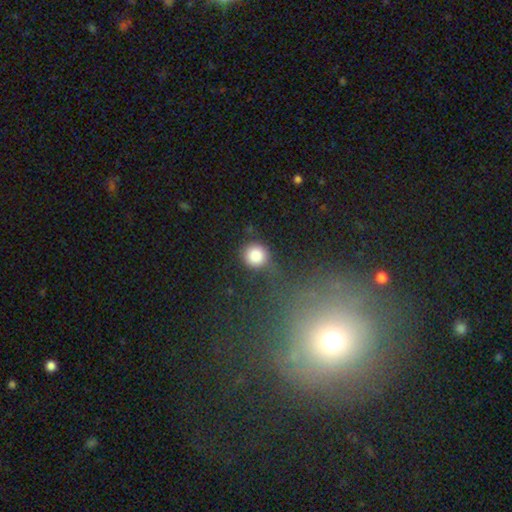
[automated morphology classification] This is clearly a smooth galaxy (84%). How rounded: clearly round (92%). Merging: likely none (67%).